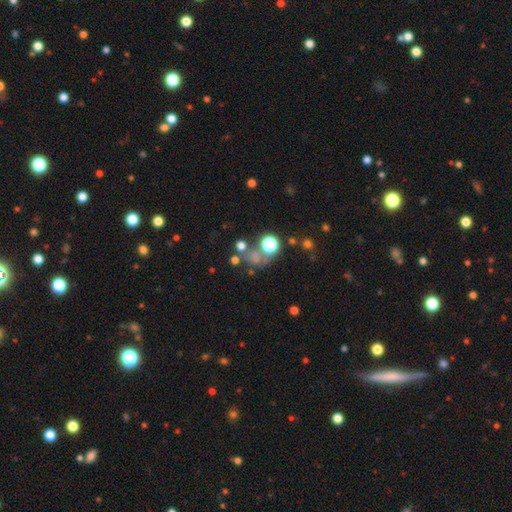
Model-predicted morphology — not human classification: Smooth or featured: smooth — 46% (star or artifact — 40%)
Merging: none — 53% (merger — 24%)